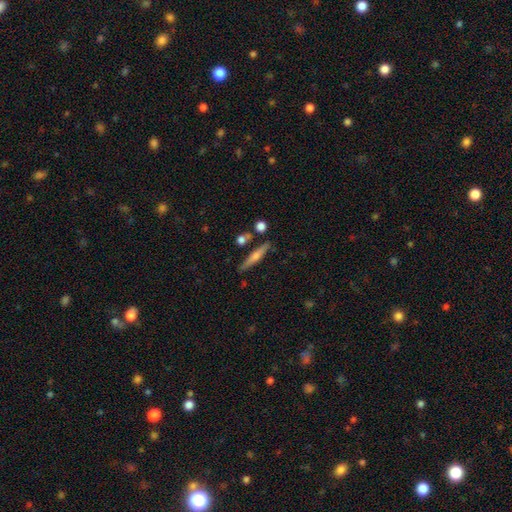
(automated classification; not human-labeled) Smooth or featured: featured or disk — 47% (smooth — 46%)
Merging: none — 81% (minor disturbance — 10%)